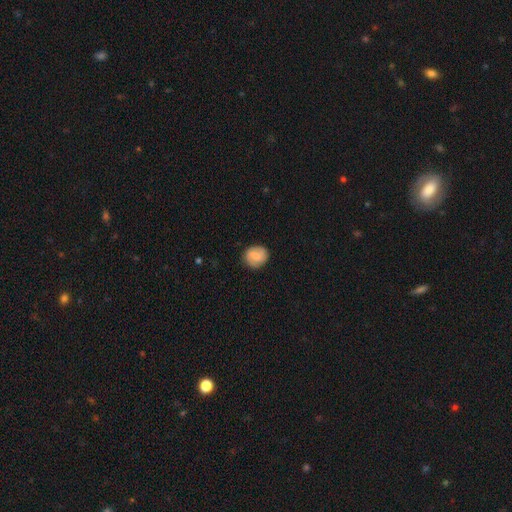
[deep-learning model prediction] This is likely a smooth galaxy (72%). How rounded: likely round (65%). Merging: clearly none (83%).